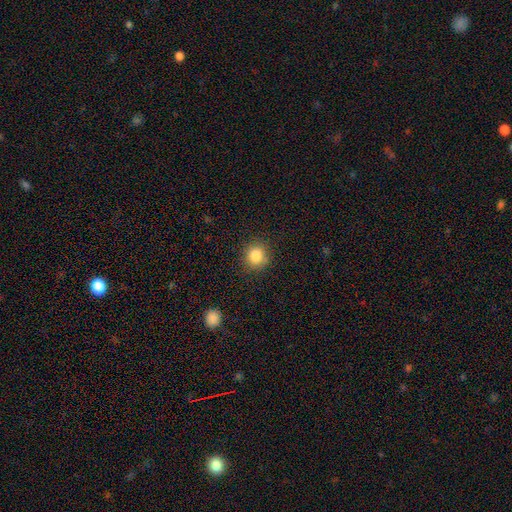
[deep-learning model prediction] Morphology: type=smooth (84%); roundness=round (83%); merging=none (87%).